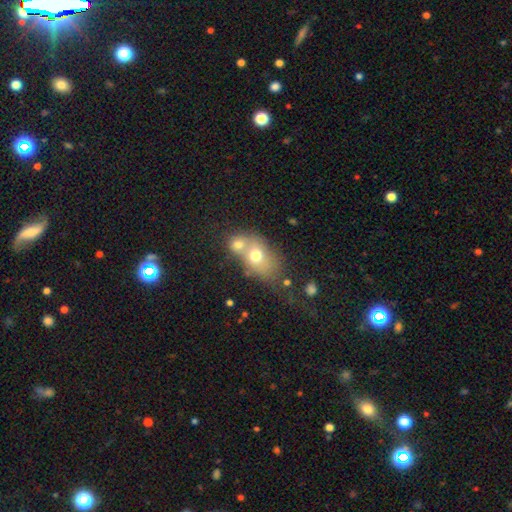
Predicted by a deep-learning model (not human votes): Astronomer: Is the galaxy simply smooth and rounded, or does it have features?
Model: smooth — 65%.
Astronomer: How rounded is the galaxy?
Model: in between — 67%.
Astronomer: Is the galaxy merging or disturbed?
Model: merger — 56%.